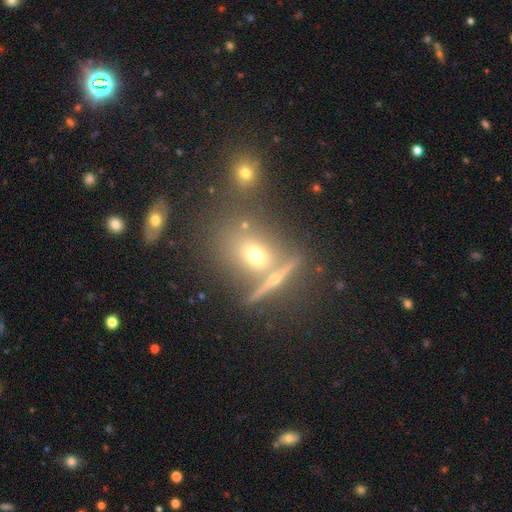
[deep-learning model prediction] smooth-or-featured: featured or disk: 41% | smooth: 38% | star or artifact: 21%
  merging: none: 63% | merger: 21% | minor disturbance: 11% | major disturbance: 5%